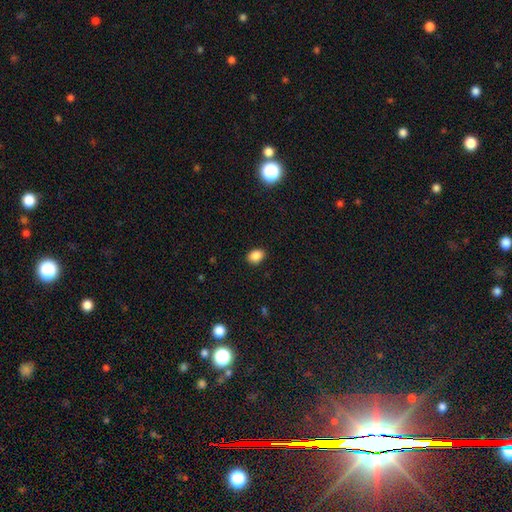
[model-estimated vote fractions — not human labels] Smooth or featured? Predicted: smooth (p=0.87). How rounded? Predicted: in between (p=0.63). Merging? Predicted: none (p=0.88).